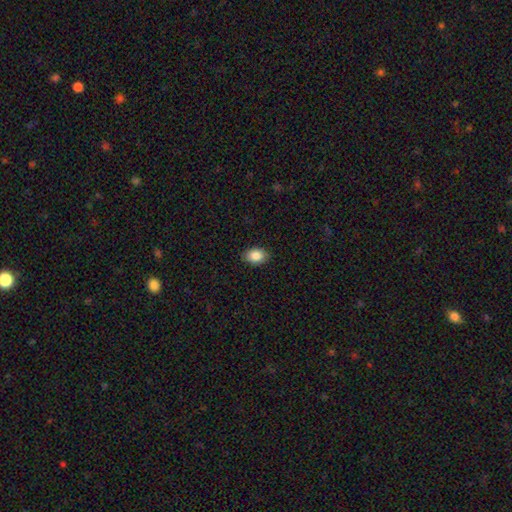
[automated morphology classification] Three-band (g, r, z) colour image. It shows a smooth galaxy with no disk features (86%) that is in between round and cigar-shaped (84%). Merging: none (89%).